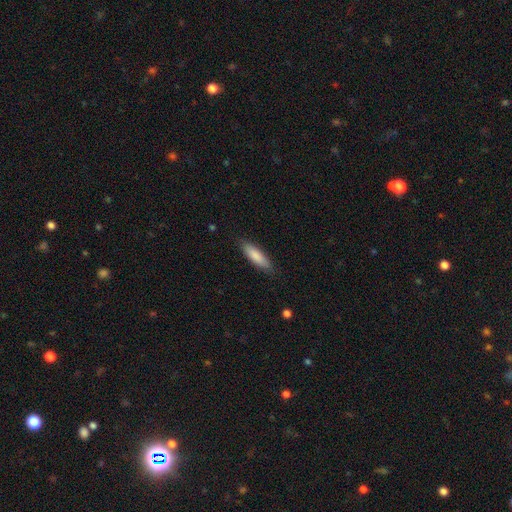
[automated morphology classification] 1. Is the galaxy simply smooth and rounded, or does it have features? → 83% smooth, 11% featured or disk, 6% star or artifact.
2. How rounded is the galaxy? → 60% cigar-shaped, 39% in between, 1% round.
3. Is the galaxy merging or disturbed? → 85% none, 12% minor disturbance, 2% major disturbance, 1% merger.